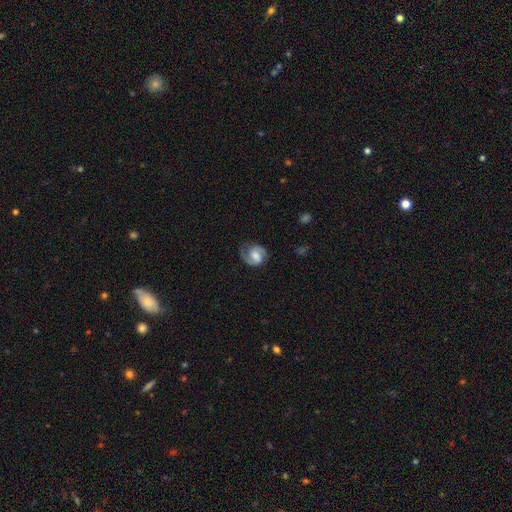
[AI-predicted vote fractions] A featured or disk galaxy (78%) with a weak bar (46%), 2 (86%) medium (50%) spiral arms (96%) and a moderate central bulge (44%).

Vote fractions:
- Smooth or featured? featured or disk: 78% / smooth: 16% / star or artifact: 6%
- Edge-on disk? no: 98% / yes: 2%
- Bar? weak: 46% / no: 41% / strong: 13%
- Spiral arms? yes: 96% / no: 4%
- Spiral winding? medium: 50% / tight: 32% / loose: 18%
- Spiral arm count? 2: 86% / 1: 7% / can't tell: 4% / 3: 1% / 4: 1% / more than 4: 1%
- Bulge size? moderate: 44% / small: 21% / large: 20% / none: 13% / dominant: 2%
- Merging? none: 74% / minor disturbance: 17% / major disturbance: 7% / merger: 1%